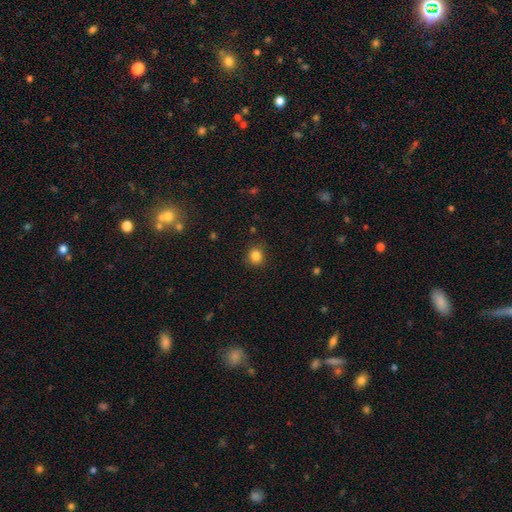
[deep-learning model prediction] Smooth or featured: smooth — 84% (star or artifact — 12%)
How rounded: round — 87% (in between — 12%)
Merging: none — 87% (minor disturbance — 10%)